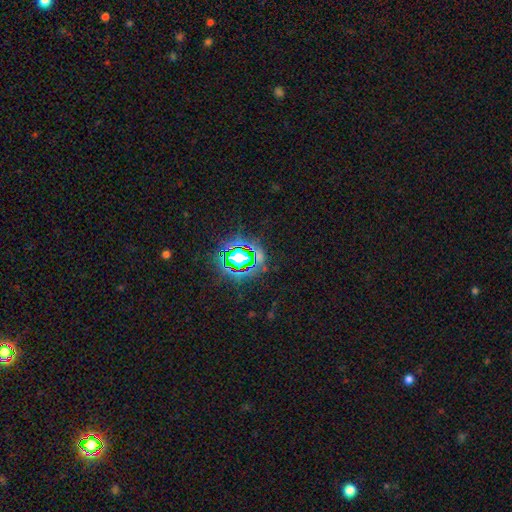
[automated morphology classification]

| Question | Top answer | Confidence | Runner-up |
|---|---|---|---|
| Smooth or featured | star or artifact | 76% | smooth (15%) |